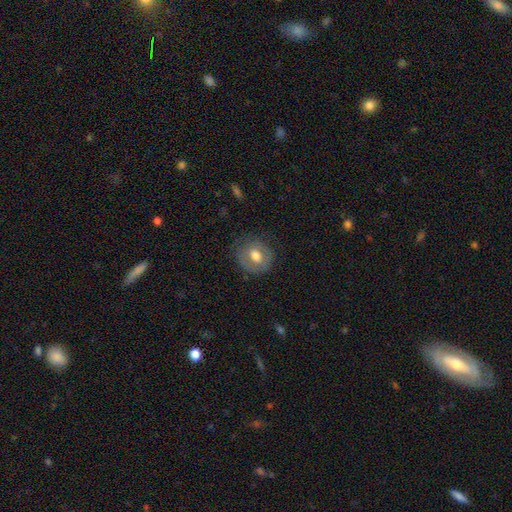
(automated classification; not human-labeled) Q: Smooth or featured?
A: smooth (61%); runner-up: featured or disk (31%)
Q: How rounded?
A: round (74%); runner-up: in between (25%)
Q: Merging?
A: none (77%); runner-up: minor disturbance (16%)